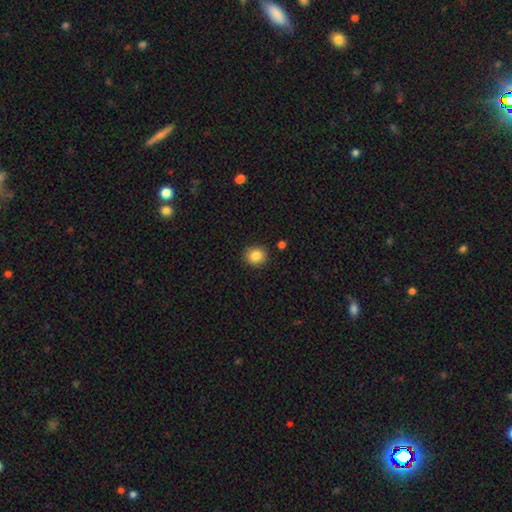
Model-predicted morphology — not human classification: Smooth or featured: smooth — 85% (star or artifact — 10%)
How rounded: round — 80% (in between — 19%)
Merging: none — 89% (minor disturbance — 7%)